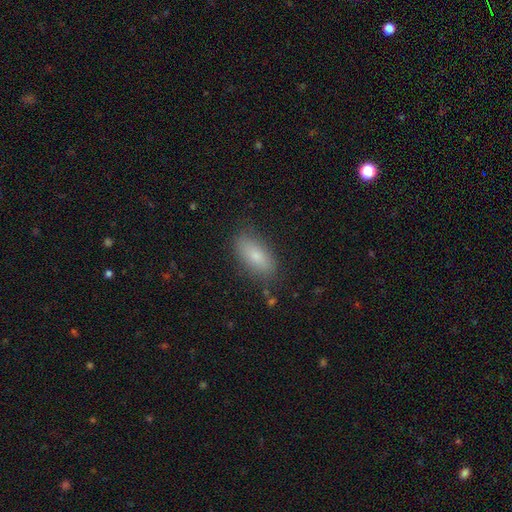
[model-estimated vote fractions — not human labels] A smooth galaxy with no disk features (79%) that is in between round and cigar-shaped (84%).

Vote fractions:
- Smooth or featured? smooth: 79% / featured or disk: 14% / star or artifact: 8%
- How rounded? in between: 84% / cigar-shaped: 12% / round: 3%
- Merging? none: 81% / minor disturbance: 14% / major disturbance: 3% / merger: 2%